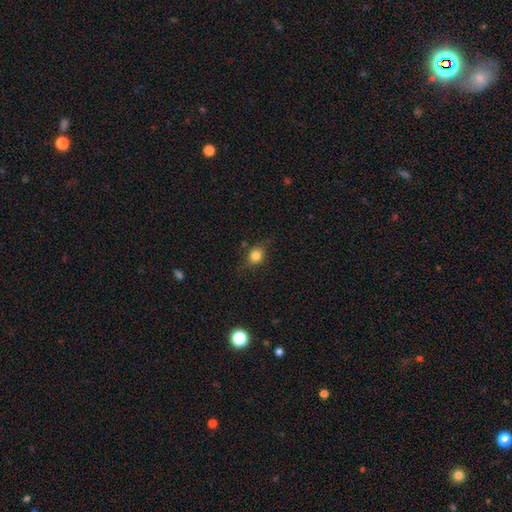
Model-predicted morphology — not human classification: Smooth or featured: smooth — 79% (star or artifact — 10%)
How rounded: round — 56% (in between — 41%)
Merging: none — 69% (minor disturbance — 22%)